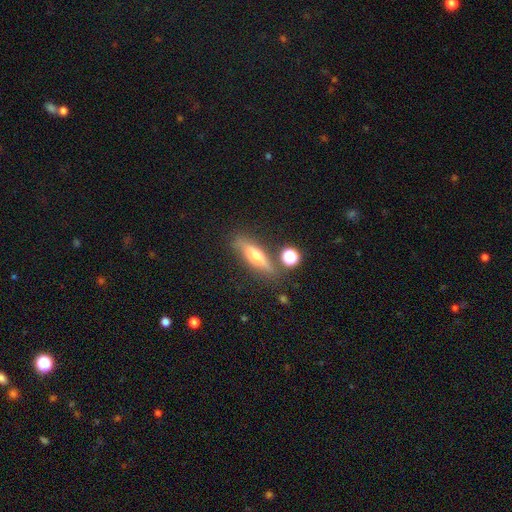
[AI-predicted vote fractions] A featured or disk galaxy (49%). Merging: none (76%).